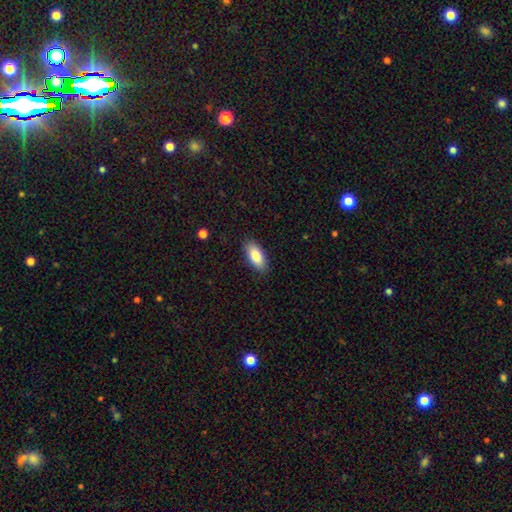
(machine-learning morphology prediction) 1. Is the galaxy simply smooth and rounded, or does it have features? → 84% smooth, 9% featured or disk, 7% star or artifact.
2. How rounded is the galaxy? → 87% in between, 11% cigar-shaped, 2% round.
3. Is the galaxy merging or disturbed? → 87% none, 9% minor disturbance, 2% major disturbance, 1% merger.